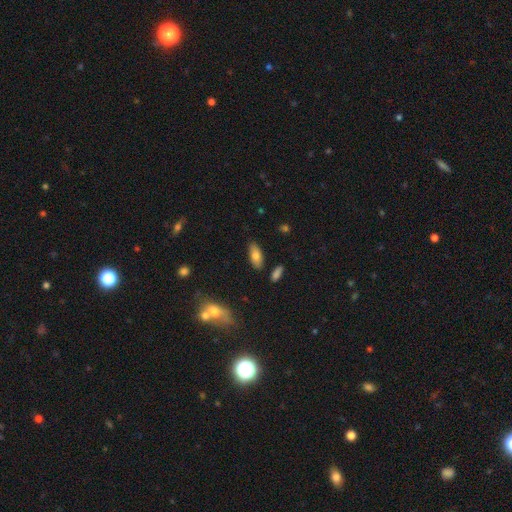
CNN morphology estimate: smooth-or-featured: smooth: 78% | featured or disk: 15% | star or artifact: 8%
  how-rounded: in between: 85% | cigar-shaped: 13% | round: 2%
  merging: none: 83% | minor disturbance: 11% | merger: 3% | major disturbance: 2%